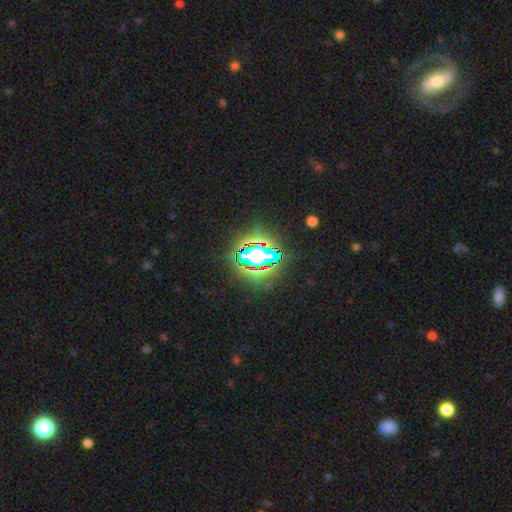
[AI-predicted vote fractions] A star or artifact, not a galaxy (70%).

Vote fractions:
- Smooth or featured? star or artifact: 70% / smooth: 17% / featured or disk: 13%